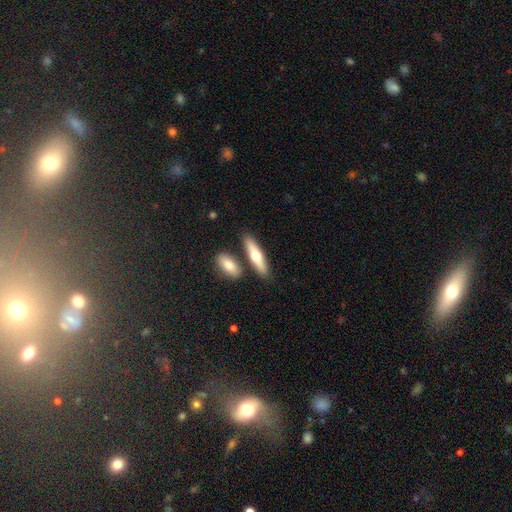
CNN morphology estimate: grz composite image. It shows a smooth galaxy with no disk features (58%) that is cigar-shaped (68%). Merging: none (74%).